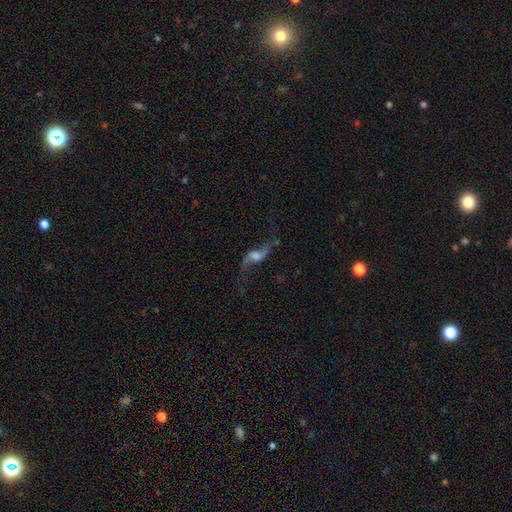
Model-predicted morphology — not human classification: Q: Smooth or featured?
A: featured or disk (81%); runner-up: smooth (11%)
Q: Edge-on disk?
A: no (92%); runner-up: yes (8%)
Q: Bar?
A: weak (42%); runner-up: no (41%)
Q: Spiral arms?
A: yes (93%); runner-up: no (7%)
Q: Spiral winding?
A: loose (93%); runner-up: medium (6%)
Q: Spiral arm count?
A: 2 (93%); runner-up: 1 (3%)
Q: Bulge size?
A: moderate (32%); runner-up: small (26%)
Q: Merging?
A: none (66%); runner-up: minor disturbance (16%)